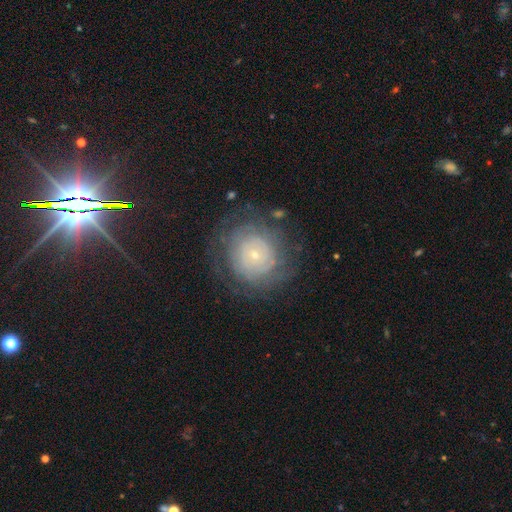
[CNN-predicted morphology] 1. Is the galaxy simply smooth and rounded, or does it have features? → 60% featured or disk, 26% smooth, 14% star or artifact.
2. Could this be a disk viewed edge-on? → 96% no, 4% yes.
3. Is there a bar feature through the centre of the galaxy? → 85% no, 11% weak, 3% strong.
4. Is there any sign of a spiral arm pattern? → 74% yes, 26% no.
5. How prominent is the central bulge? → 81% small, 14% moderate, 2% large, 2% none, 1% dominant.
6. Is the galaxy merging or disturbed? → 76% none, 13% minor disturbance, 10% major disturbance, 1% merger.